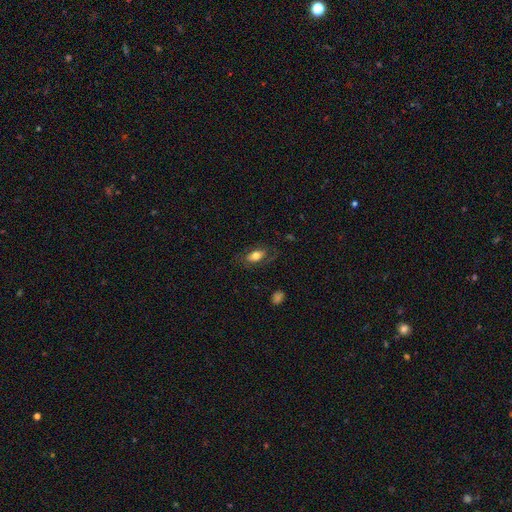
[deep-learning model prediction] Morphology: type=smooth (67%); roundness=in between (88%); merging=none (72%).